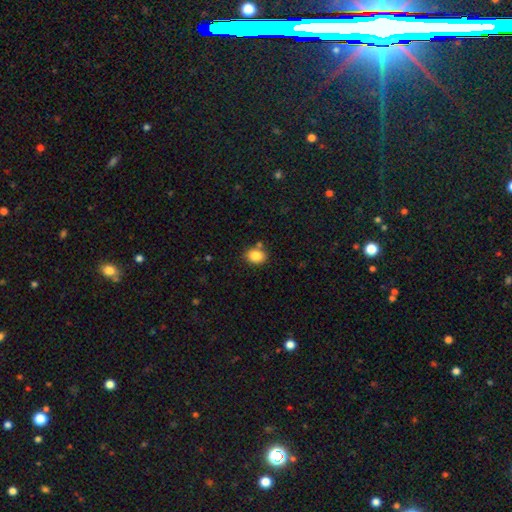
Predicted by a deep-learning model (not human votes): Smooth or featured?
  - smooth: 85% *
  - star or artifact: 9%
  - featured or disk: 6%
How rounded?
  - in between: 57% *
  - round: 42%
  - cigar-shaped: 1%
Merging?
  - none: 78% *
  - minor disturbance: 11%
  - merger: 8%
  - major disturbance: 3%